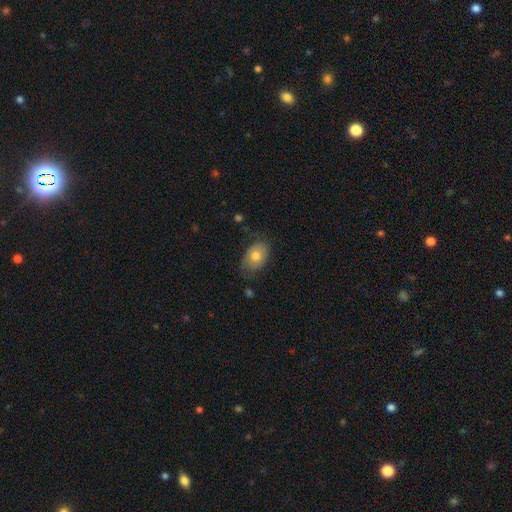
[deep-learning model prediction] smooth-or-featured: smooth: 74% | featured or disk: 18% | star or artifact: 7%
  how-rounded: in between: 82% | round: 17% | cigar-shaped: 1%
  merging: none: 67% | minor disturbance: 25% | major disturbance: 6% | merger: 2%